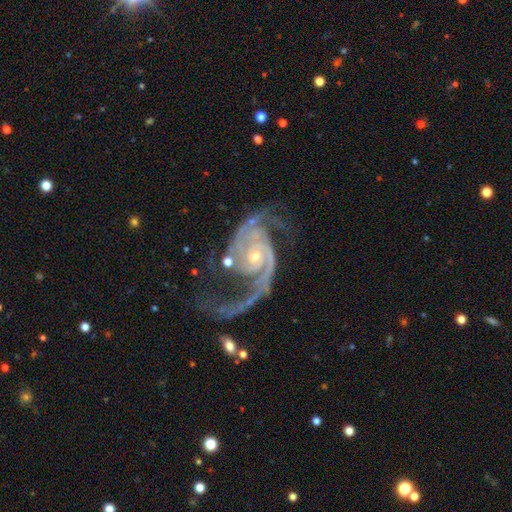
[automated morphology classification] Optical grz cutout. It shows a featured or disk galaxy (93%) with no bar (69%), 2 (70%) medium (51%) spiral arms (98%) and a small central bulge (76%). Merging: none (49%).